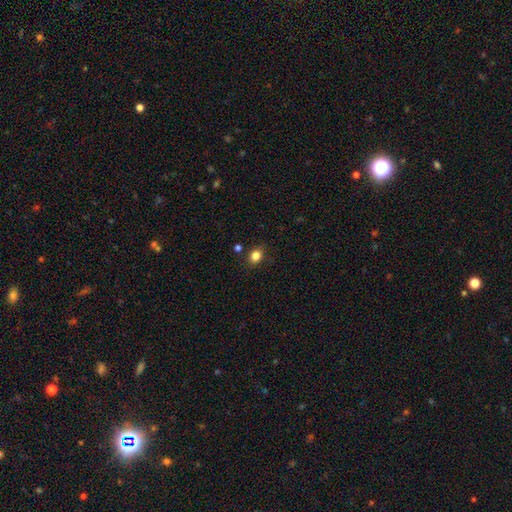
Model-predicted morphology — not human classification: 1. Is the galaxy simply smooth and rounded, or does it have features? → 84% smooth, 11% star or artifact, 5% featured or disk.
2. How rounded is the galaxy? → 51% round, 48% in between, 1% cigar-shaped.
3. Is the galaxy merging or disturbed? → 83% none, 11% minor disturbance, 3% major disturbance, 3% merger.